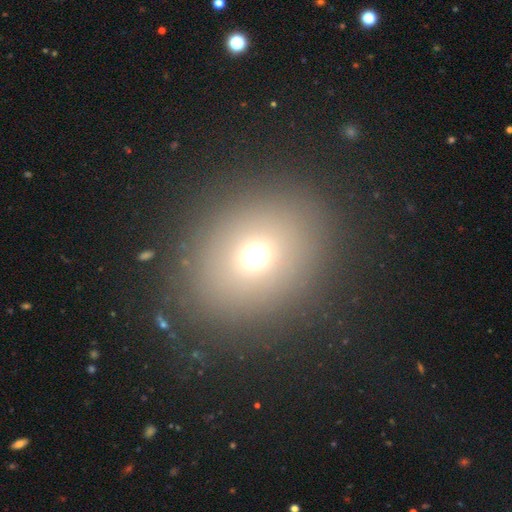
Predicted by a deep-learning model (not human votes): Smooth or featured? Predicted: smooth (p=0.67). How rounded? Predicted: round (p=0.64). Merging? Predicted: none (p=0.87).